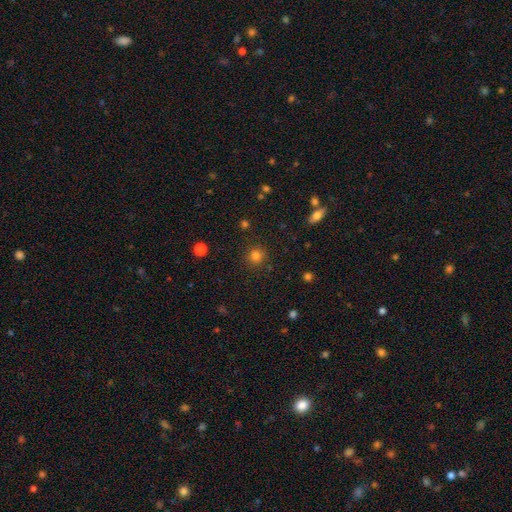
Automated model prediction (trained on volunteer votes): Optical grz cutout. It shows a smooth galaxy with no disk features (82%) that is round (93%). Merging: none (89%).